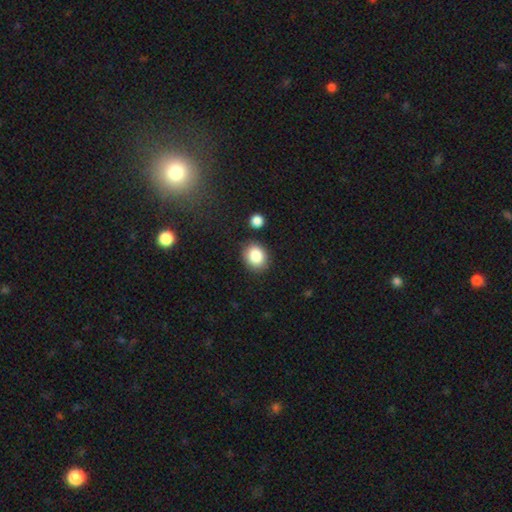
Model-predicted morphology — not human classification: A smooth galaxy with no disk features (86%) that is round (57%).

Vote fractions:
- Smooth or featured? smooth: 86% / star or artifact: 8% / featured or disk: 5%
- How rounded? round: 57% / in between: 42% / cigar-shaped: 1%
- Merging? none: 83% / minor disturbance: 10% / merger: 4% / major disturbance: 3%